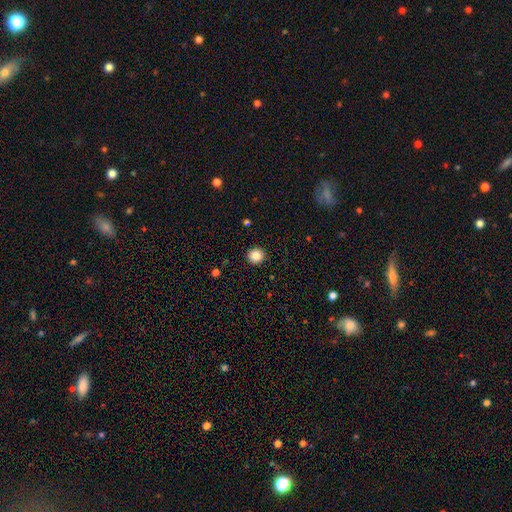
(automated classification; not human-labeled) Smooth or featured?
  - smooth: 85% *
  - star or artifact: 10%
  - featured or disk: 5%
How rounded?
  - round: 92% *
  - in between: 7%
  - cigar-shaped: 1%
Merging?
  - none: 93% *
  - minor disturbance: 5%
  - major disturbance: 2%
  - merger: 1%